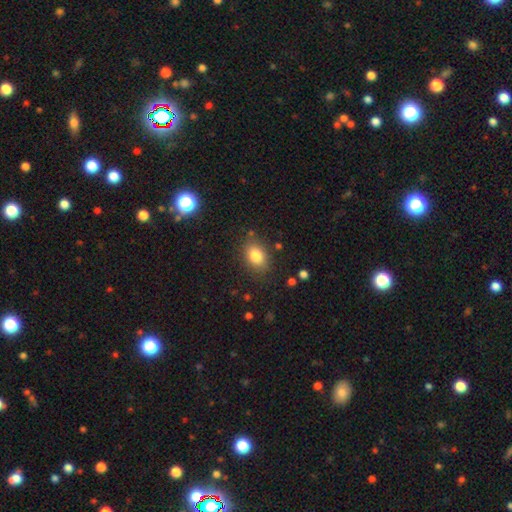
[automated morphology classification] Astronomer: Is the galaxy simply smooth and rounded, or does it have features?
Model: smooth — 82%.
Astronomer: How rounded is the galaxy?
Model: in between — 74%.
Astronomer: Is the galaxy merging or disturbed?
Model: none — 82%.